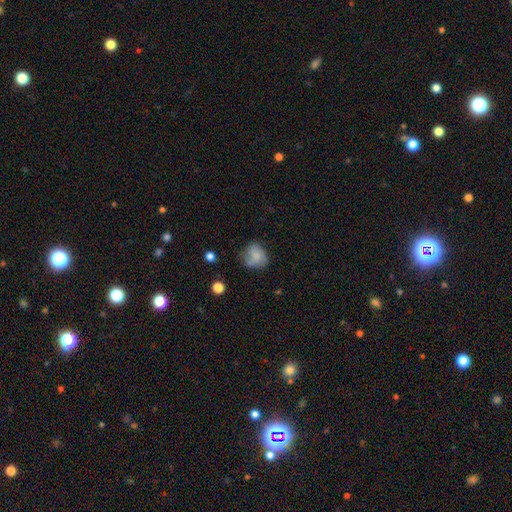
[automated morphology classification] A smooth galaxy with no disk features (62%) that is round (67%).

Vote fractions:
- Smooth or featured? smooth: 62% / featured or disk: 29% / star or artifact: 10%
- How rounded? round: 67% / in between: 32% / cigar-shaped: 1%
- Merging? none: 54% / minor disturbance: 28% / major disturbance: 15% / merger: 3%